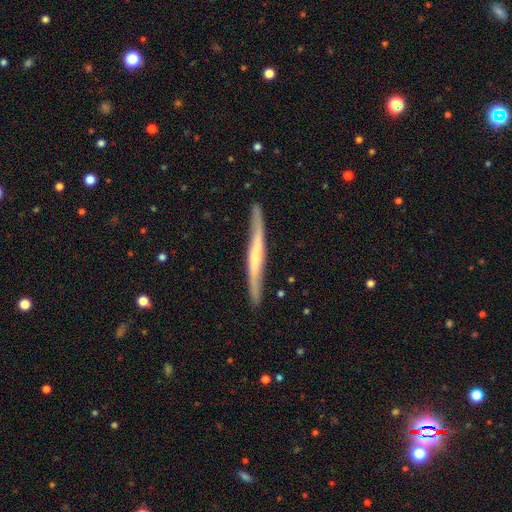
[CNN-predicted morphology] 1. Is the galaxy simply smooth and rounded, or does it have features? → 66% featured or disk, 29% smooth, 5% star or artifact.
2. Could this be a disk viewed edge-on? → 88% yes, 12% no.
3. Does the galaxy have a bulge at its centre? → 51% none, 28% rounded, 21% boxy.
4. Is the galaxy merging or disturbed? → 82% none, 14% minor disturbance, 3% major disturbance, 2% merger.